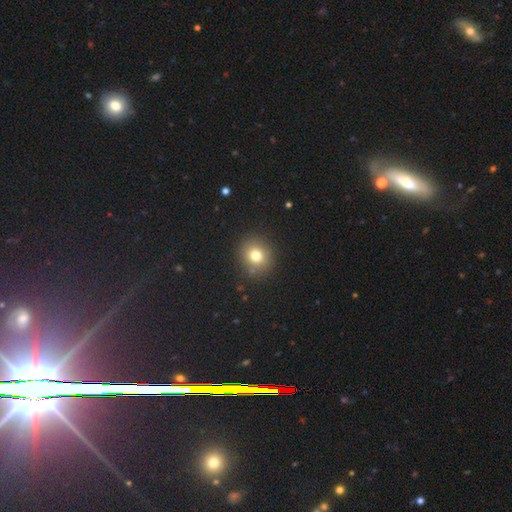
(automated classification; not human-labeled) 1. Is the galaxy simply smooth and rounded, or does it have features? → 76% smooth, 15% star or artifact, 9% featured or disk.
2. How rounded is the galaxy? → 83% round, 16% in between, 1% cigar-shaped.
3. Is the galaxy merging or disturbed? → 87% none, 8% minor disturbance, 3% major disturbance, 2% merger.